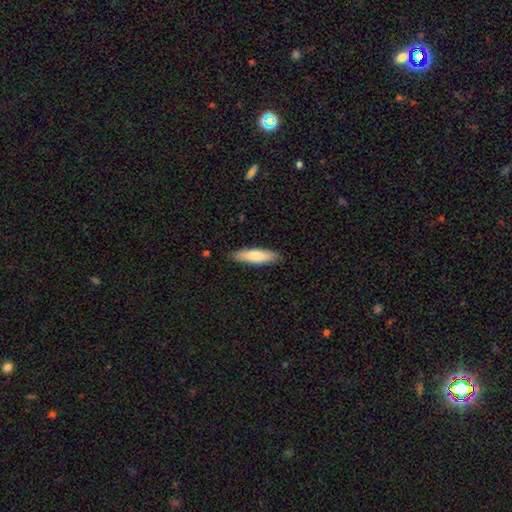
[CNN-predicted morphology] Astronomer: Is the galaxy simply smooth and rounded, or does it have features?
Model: smooth — 80%.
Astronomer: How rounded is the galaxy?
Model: cigar-shaped — 61% (runner-up: in between, 38%).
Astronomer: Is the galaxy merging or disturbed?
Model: none — 87%.